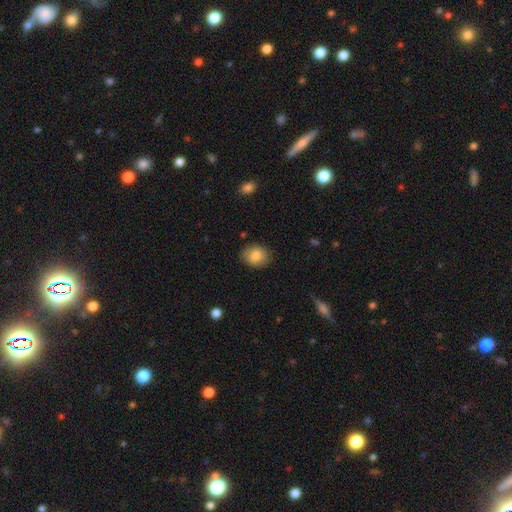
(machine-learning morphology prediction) Smooth or featured: smooth — 85% (featured or disk — 8%)
How rounded: in between — 53% (round — 46%)
Merging: none — 83% (minor disturbance — 13%)